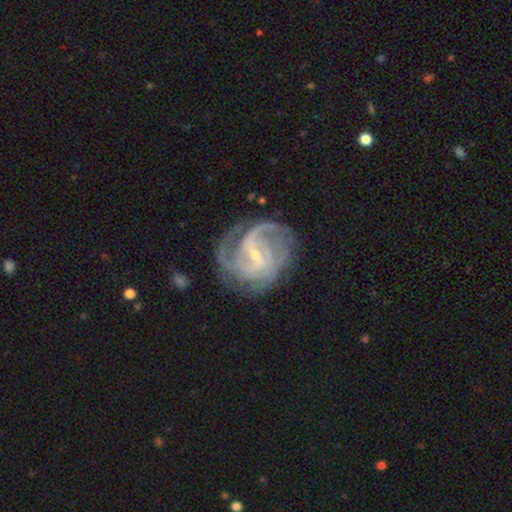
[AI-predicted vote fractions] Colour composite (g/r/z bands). It shows a featured or disk galaxy (90%) with a weak bar (54%), 3 (30%) tight (46%) spiral arms (97%) and a small central bulge (67%). Merging: none (68%).